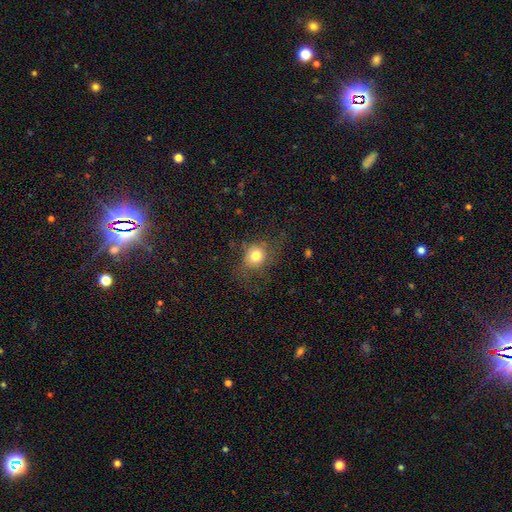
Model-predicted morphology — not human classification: Smooth or featured? smooth (75%)
How rounded? round (77%)
Merging? none (59%)